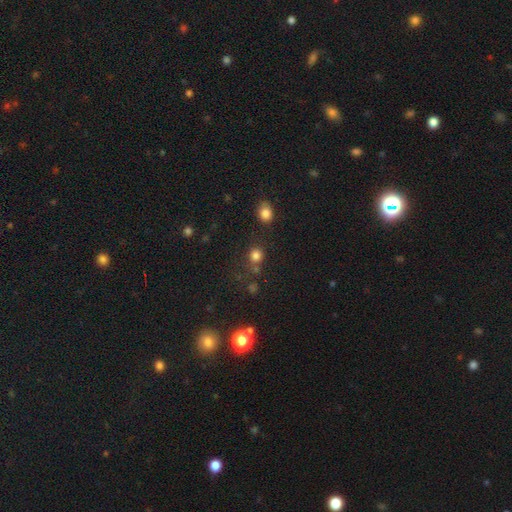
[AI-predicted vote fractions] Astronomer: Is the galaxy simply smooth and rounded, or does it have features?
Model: smooth — 78%.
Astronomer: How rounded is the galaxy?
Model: round — 82%.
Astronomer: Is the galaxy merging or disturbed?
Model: none — 68%.